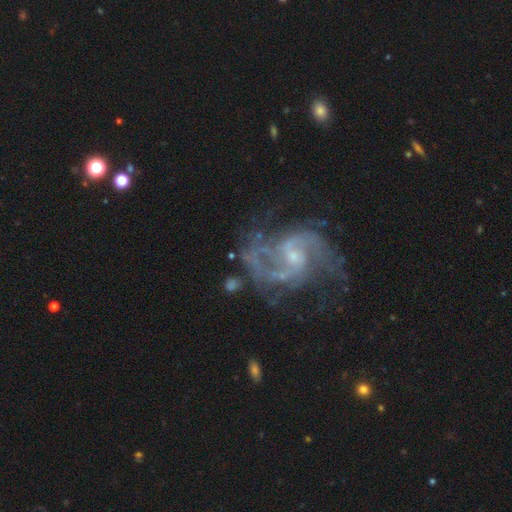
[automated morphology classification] A featured or disk galaxy (89%) with a weak bar (48%), 2 (78%) medium (54%) spiral arms (96%) and a small central bulge (69%).

Vote fractions:
- Smooth or featured? featured or disk: 89% / star or artifact: 7% / smooth: 4%
- Edge-on disk? no: 98% / yes: 2%
- Bar? weak: 48% / no: 42% / strong: 10%
- Spiral arms? yes: 96% / no: 4%
- Spiral winding? medium: 54% / loose: 30% / tight: 16%
- Spiral arm count? 2: 78% / can't tell: 8% / 3: 6% / 1: 3% / 4: 3% / more than 4: 3%
- Bulge size? small: 69% / moderate: 22% / none: 7% / large: 1% / dominant: 1%
- Merging? none: 58% / minor disturbance: 20% / major disturbance: 18% / merger: 4%